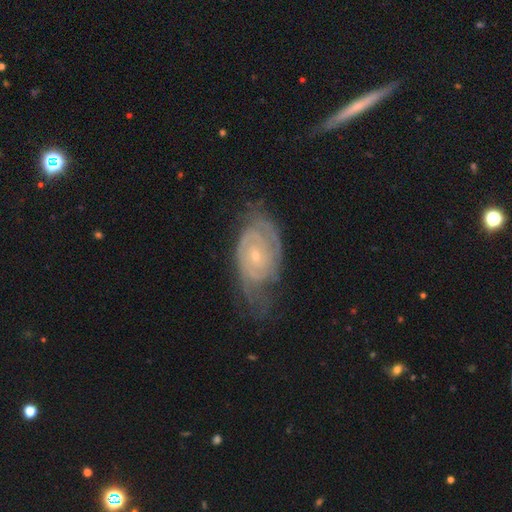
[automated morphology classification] A featured or disk galaxy (86%) with no bar (66%), 2 (51%) tight (70%) spiral arms (96%) and a small central bulge (72%).

Vote fractions:
- Smooth or featured? featured or disk: 86% / smooth: 8% / star or artifact: 6%
- Edge-on disk? no: 96% / yes: 4%
- Bar? no: 66% / weak: 28% / strong: 6%
- Spiral arms? yes: 96% / no: 4%
- Spiral winding? tight: 70% / medium: 25% / loose: 5%
- Spiral arm count? 2: 51% / can't tell: 24% / 3: 12% / 4: 5% / 1: 4% / more than 4: 4%
- Bulge size? small: 72% / moderate: 24% / none: 2% / large: 1% / dominant: 1%
- Merging? none: 63% / minor disturbance: 24% / major disturbance: 11% / merger: 2%